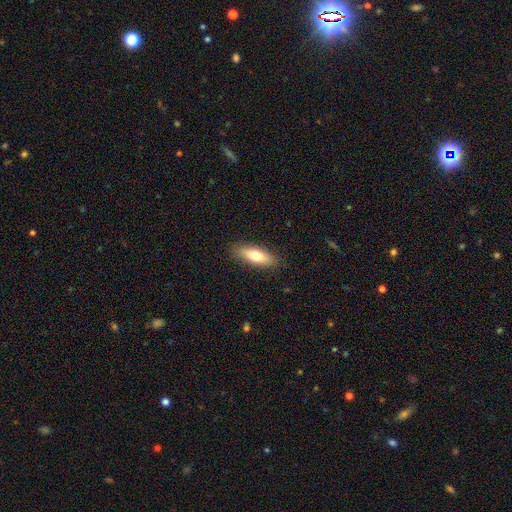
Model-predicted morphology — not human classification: Smooth or featured: smooth — 70% (featured or disk — 23%)
How rounded: in between — 56% (cigar-shaped — 41%)
Merging: none — 87% (minor disturbance — 10%)